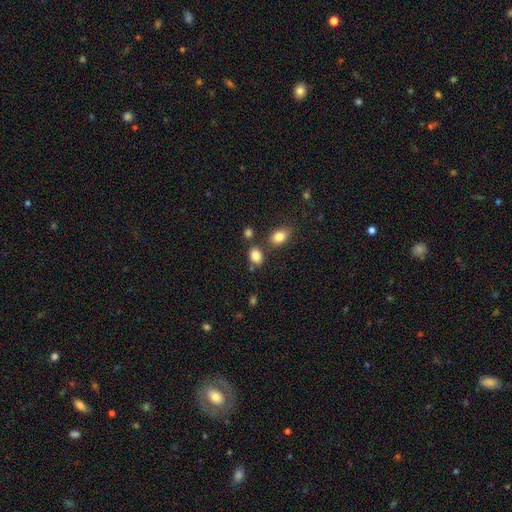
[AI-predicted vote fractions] Q: Smooth or featured?
A: smooth (84%); runner-up: star or artifact (10%)
Q: How rounded?
A: in between (73%); runner-up: round (26%)
Q: Merging?
A: none (71%); runner-up: merger (13%)